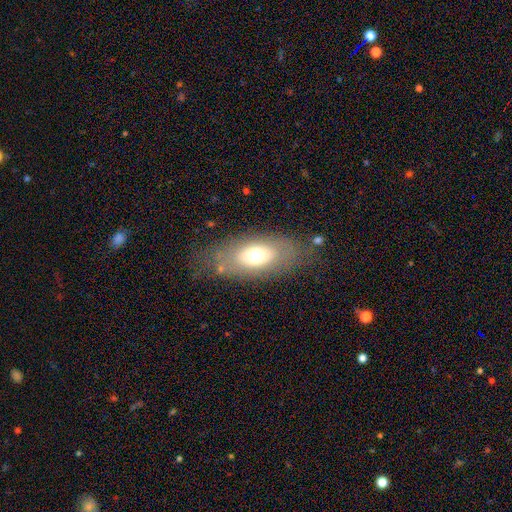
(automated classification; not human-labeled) smooth 59%, featured or disk 32%, star or artifact 9%. Down the decision tree: how rounded — in between (85%); merging — none (72%).